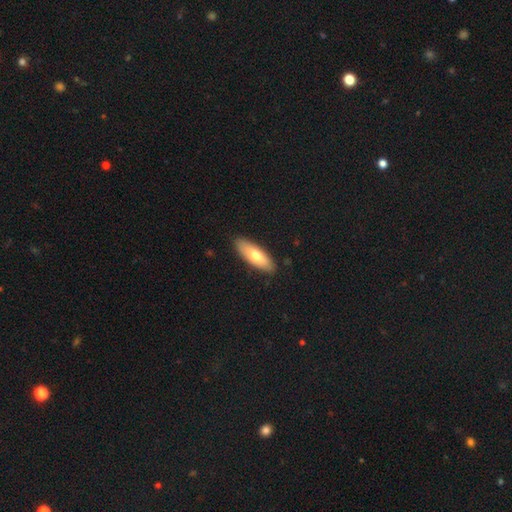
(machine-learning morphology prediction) Smooth or featured: smooth — 71% (featured or disk — 24%)
How rounded: in between — 63% (cigar-shaped — 35%)
Merging: none — 88% (minor disturbance — 9%)